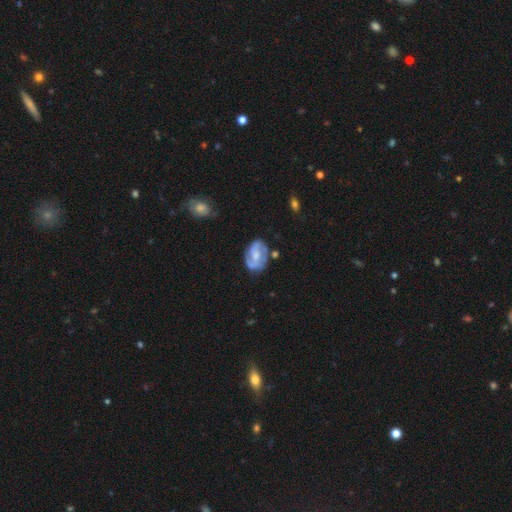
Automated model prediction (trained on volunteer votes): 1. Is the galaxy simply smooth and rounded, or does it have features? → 66% featured or disk, 27% smooth, 6% star or artifact.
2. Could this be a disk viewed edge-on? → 97% no, 3% yes.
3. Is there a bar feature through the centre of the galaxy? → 47% no, 41% weak, 12% strong.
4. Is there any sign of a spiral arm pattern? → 74% yes, 26% no.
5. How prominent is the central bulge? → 45% moderate, 35% small, 13% none, 6% large, 1% dominant.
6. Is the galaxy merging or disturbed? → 59% none, 25% minor disturbance, 10% major disturbance, 5% merger.